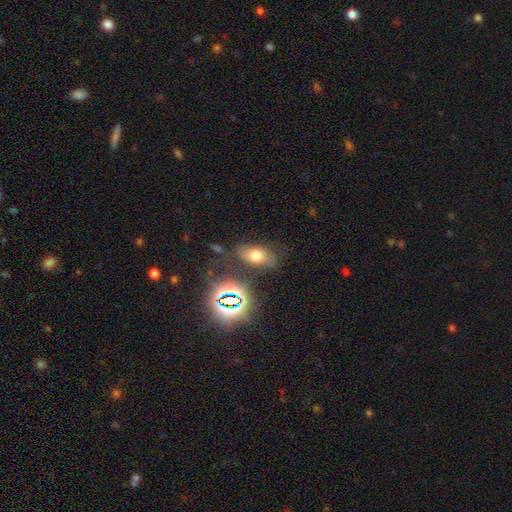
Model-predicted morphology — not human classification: The model was most divided on "smooth or featured": smooth: 60%, star or artifact: 24%, featured or disk: 16%. More confident: how rounded — in between (84%); merging — none (73%).